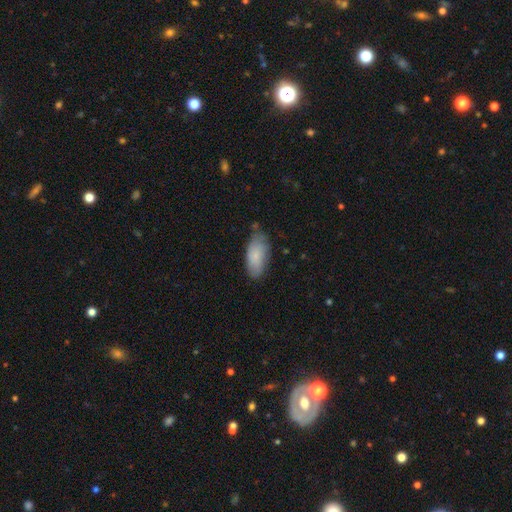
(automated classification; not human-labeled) A smooth galaxy with no disk features (80%) that is in between round and cigar-shaped (89%).

Vote fractions:
- Smooth or featured? smooth: 80% / featured or disk: 14% / star or artifact: 6%
- How rounded? in between: 89% / cigar-shaped: 9% / round: 2%
- Merging? none: 60% / minor disturbance: 31% / major disturbance: 6% / merger: 3%